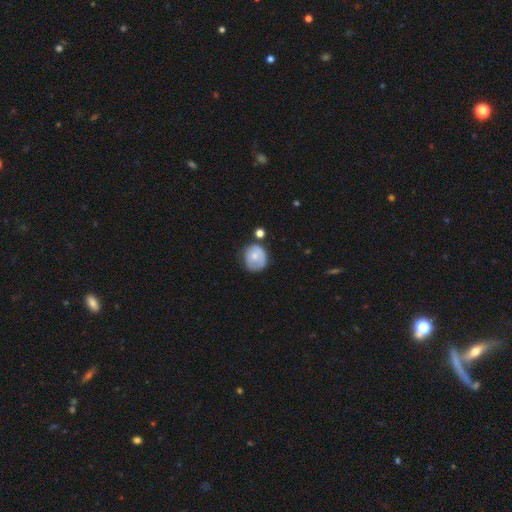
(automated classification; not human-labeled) Overall: smooth (68%). How rounded: round (74%). Merging: none (55%; minor disturbance 28%).